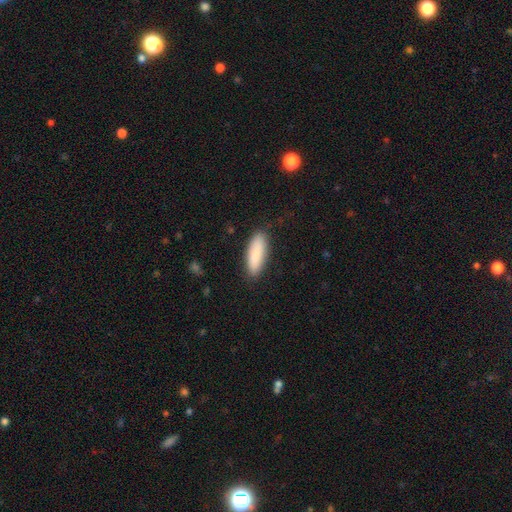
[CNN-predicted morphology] The model was most divided on "how rounded": in between: 61%, cigar-shaped: 38%, round: 2%. More confident: merging — none (86%); smooth or featured — smooth (85%).